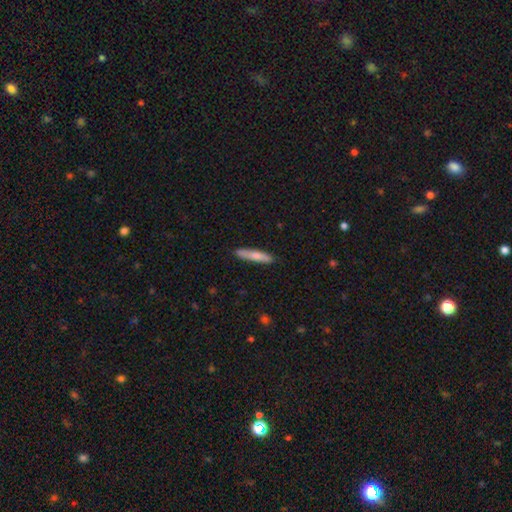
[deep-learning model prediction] A smooth galaxy with no disk features (74%) that is cigar-shaped (87%).

Vote fractions:
- Smooth or featured? smooth: 74% / featured or disk: 21% / star or artifact: 5%
- How rounded? cigar-shaped: 87% / in between: 12% / round: 1%
- Merging? none: 86% / minor disturbance: 11% / major disturbance: 2% / merger: 1%